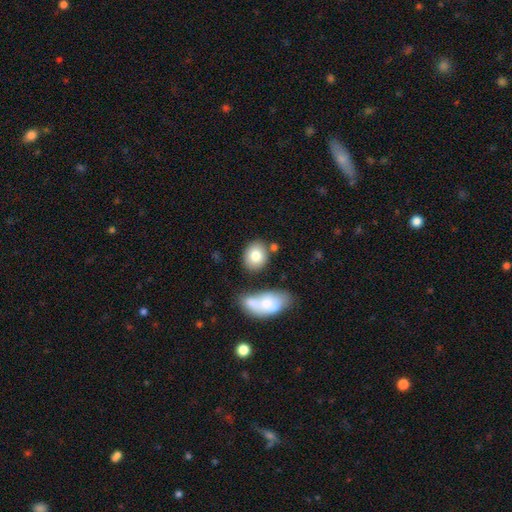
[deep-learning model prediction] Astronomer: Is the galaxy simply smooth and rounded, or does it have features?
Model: smooth — 80%.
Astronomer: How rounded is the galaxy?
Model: round — 51% (runner-up: in between, 48%).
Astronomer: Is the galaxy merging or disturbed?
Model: none — 71%.